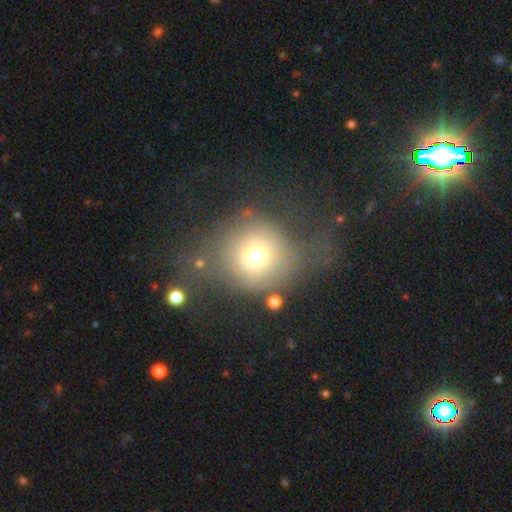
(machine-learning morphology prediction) Overall: smooth (67%). How rounded: round (87%). Merging: none (49%; major disturbance 28%).